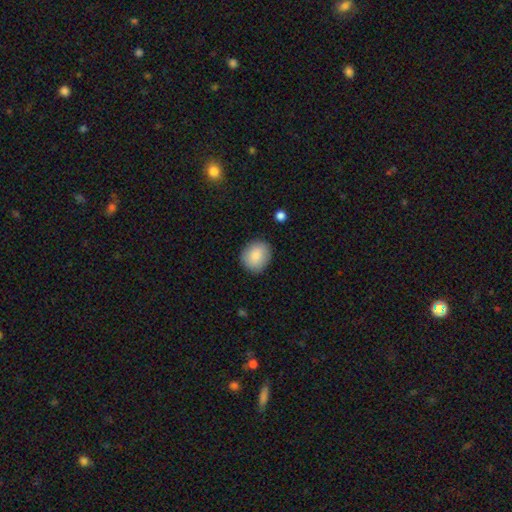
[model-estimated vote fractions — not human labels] smooth_or_featured: smooth (p=0.85) [alt: featured or disk p=0.08]
how_rounded: round (p=0.74) [alt: in between p=0.25]
merging: none (p=0.87) [alt: minor disturbance p=0.09]